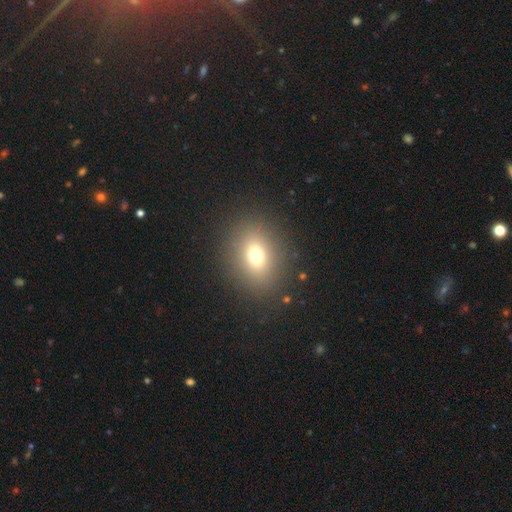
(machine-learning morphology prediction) Overall: smooth (72%). How rounded: round (51%; in between 48%). Merging: none (87%).